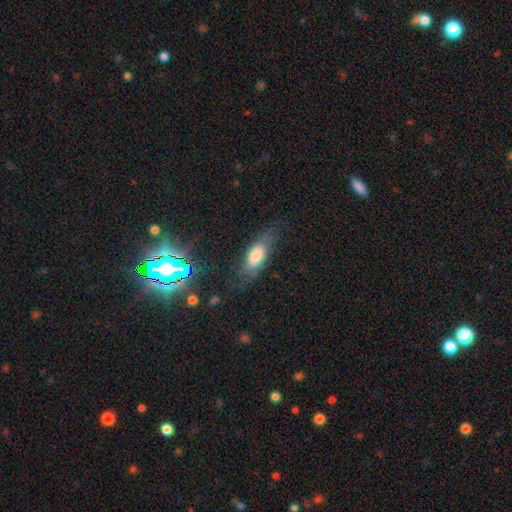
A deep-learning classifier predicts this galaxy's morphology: A smooth galaxy with no disk features (59%) that is in between round and cigar-shaped (74%). Merging: none (61%).